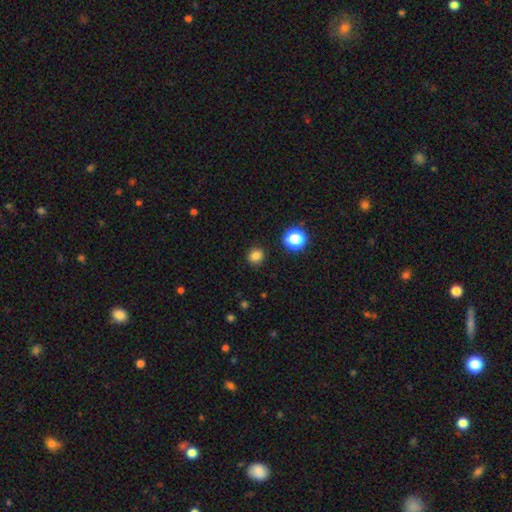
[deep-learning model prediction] smooth-or-featured: smooth: 81% | star or artifact: 14% | featured or disk: 4%
  how-rounded: round: 90% | in between: 10% | cigar-shaped: 1%
  merging: none: 90% | minor disturbance: 6% | major disturbance: 2% | merger: 1%